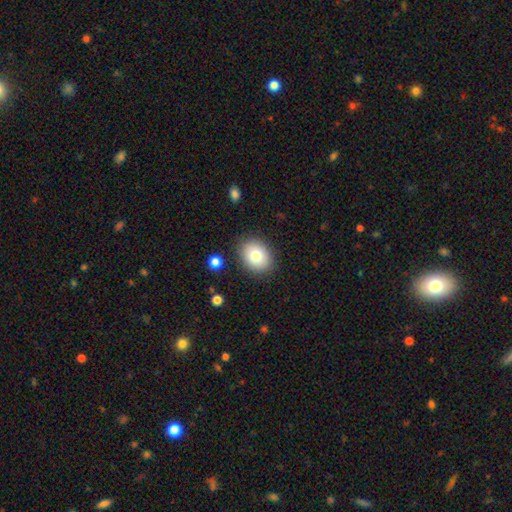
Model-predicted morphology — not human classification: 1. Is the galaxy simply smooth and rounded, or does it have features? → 78% smooth, 13% featured or disk, 9% star or artifact.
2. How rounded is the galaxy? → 53% in between, 47% round, 1% cigar-shaped.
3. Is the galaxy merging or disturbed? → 87% none, 9% minor disturbance, 2% major disturbance, 2% merger.